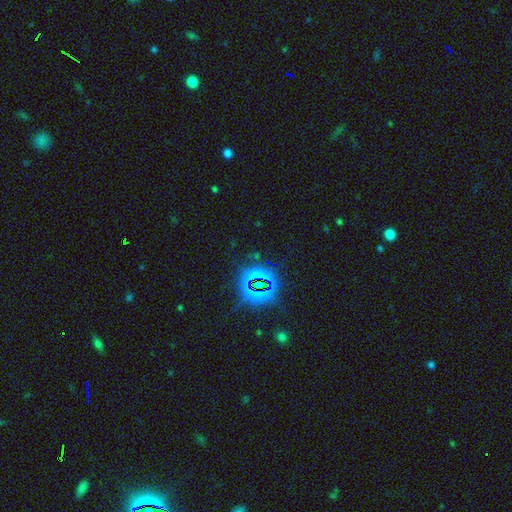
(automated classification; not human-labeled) Smooth or featured: star or artifact — 77% (smooth — 15%)